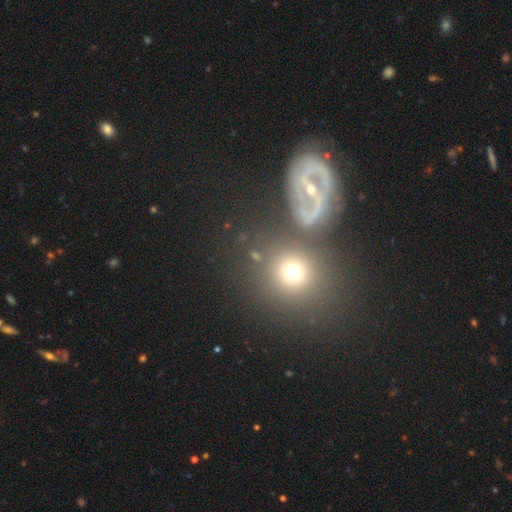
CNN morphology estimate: type=smooth (52%); roundness=round (79%); merging=none (68%).